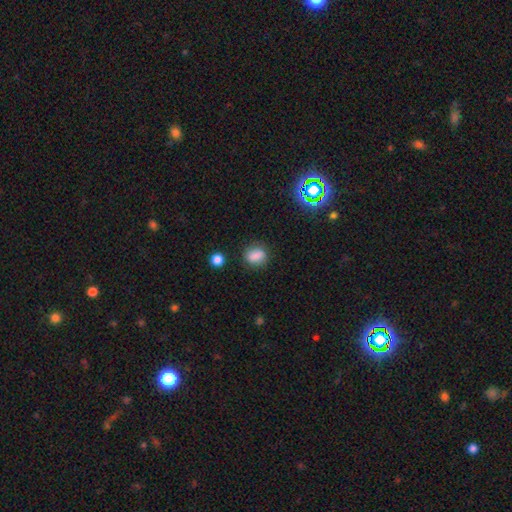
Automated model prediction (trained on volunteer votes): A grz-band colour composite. It shows a smooth galaxy with no disk features (82%) that is in between round and cigar-shaped (60%). Merging: none (77%).